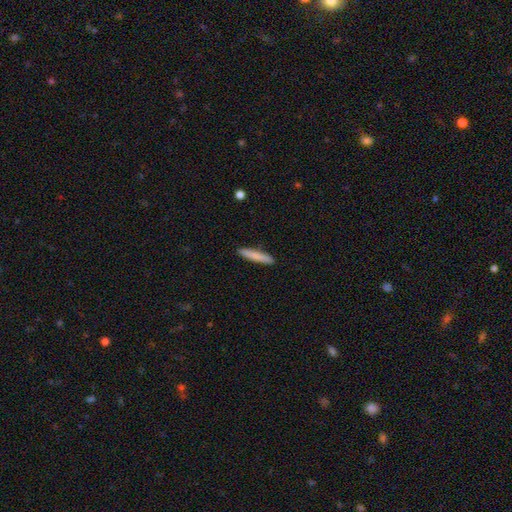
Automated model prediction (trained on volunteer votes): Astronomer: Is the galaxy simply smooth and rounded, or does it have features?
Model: smooth — 82%.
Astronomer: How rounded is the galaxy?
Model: cigar-shaped — 92%.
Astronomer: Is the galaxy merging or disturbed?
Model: none — 91%.